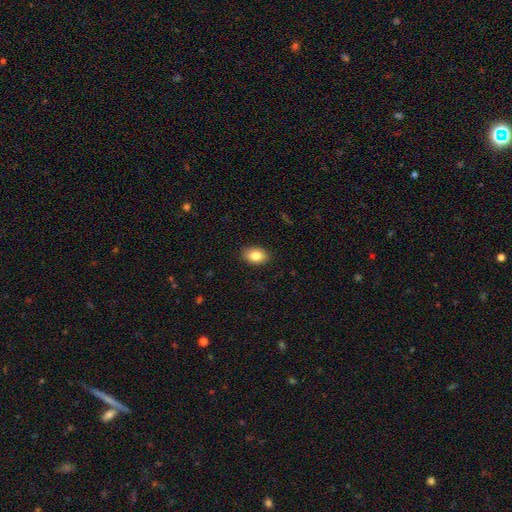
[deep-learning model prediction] smooth-or-featured: smooth: 84% | star or artifact: 8% | featured or disk: 8%
  how-rounded: in between: 86% | round: 13% | cigar-shaped: 1%
  merging: none: 88% | minor disturbance: 9% | major disturbance: 2% | merger: 1%